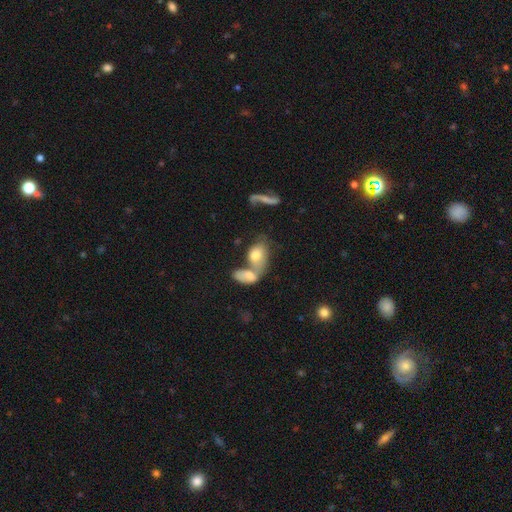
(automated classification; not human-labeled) A smooth galaxy with no disk features (68%) that is in between round and cigar-shaped (86%). Merging: merger (60%).